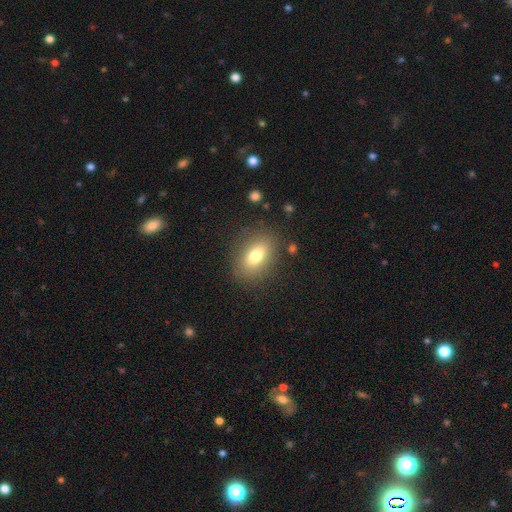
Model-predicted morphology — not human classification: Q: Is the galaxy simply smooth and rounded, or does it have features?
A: smooth — 74%.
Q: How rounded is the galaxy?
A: in between — 78%.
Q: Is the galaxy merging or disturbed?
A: none — 84%.